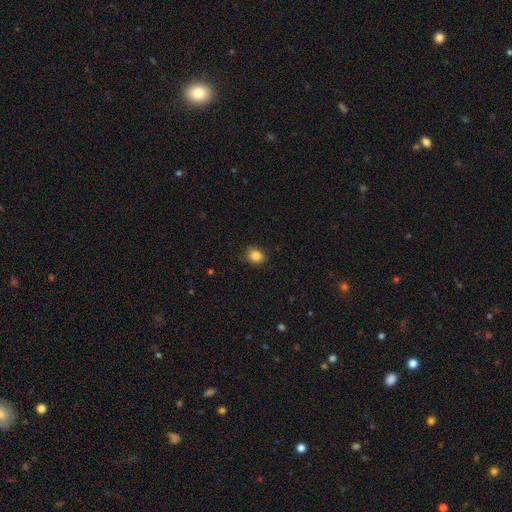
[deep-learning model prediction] Smooth or featured: smooth — 86% (star or artifact — 10%)
How rounded: round — 63% (in between — 37%)
Merging: none — 85% (minor disturbance — 12%)